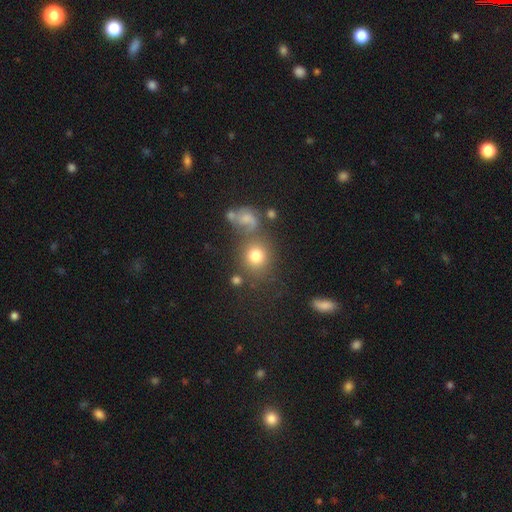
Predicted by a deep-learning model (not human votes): Overall: smooth (75%). How rounded: round (82%). Merging: none (63%).